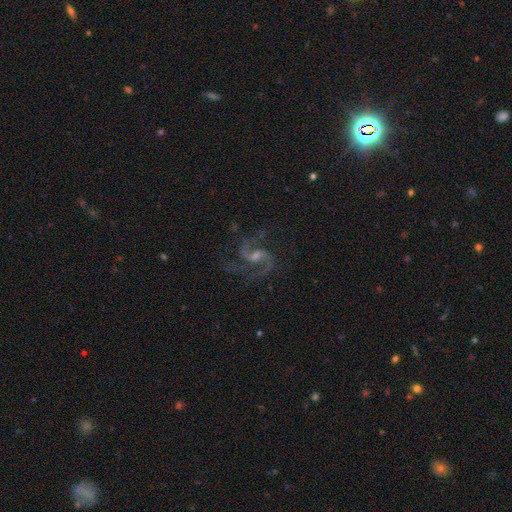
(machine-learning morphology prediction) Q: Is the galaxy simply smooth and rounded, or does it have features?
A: featured or disk — 90%.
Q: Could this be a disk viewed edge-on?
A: no — 98%.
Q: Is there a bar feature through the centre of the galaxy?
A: weak — 50%.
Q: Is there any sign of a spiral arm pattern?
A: yes — 98%.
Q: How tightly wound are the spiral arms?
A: medium — 61%.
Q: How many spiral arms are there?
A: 2 — 90%.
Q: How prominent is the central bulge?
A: small — 47%.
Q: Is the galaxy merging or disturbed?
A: none — 76%.